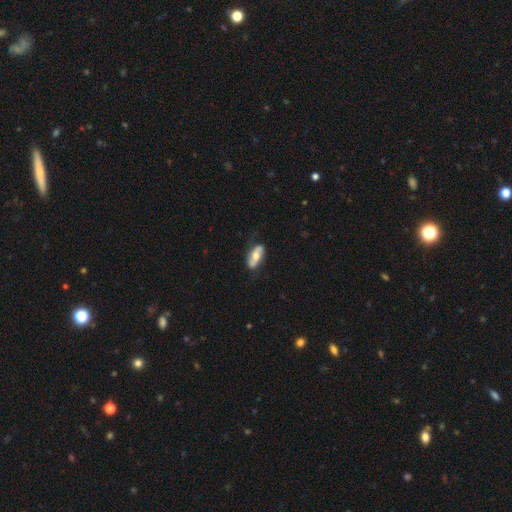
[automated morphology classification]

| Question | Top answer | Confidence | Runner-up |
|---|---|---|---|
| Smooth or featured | featured or disk | 53% | smooth (40%) |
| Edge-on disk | no | 85% | yes (15%) |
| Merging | none | 74% | minor disturbance (19%) |